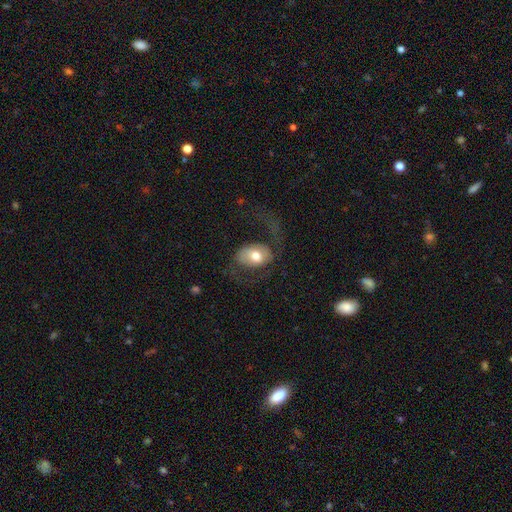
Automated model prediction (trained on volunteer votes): A smooth galaxy with no disk features (49%). Merging: none (46%).